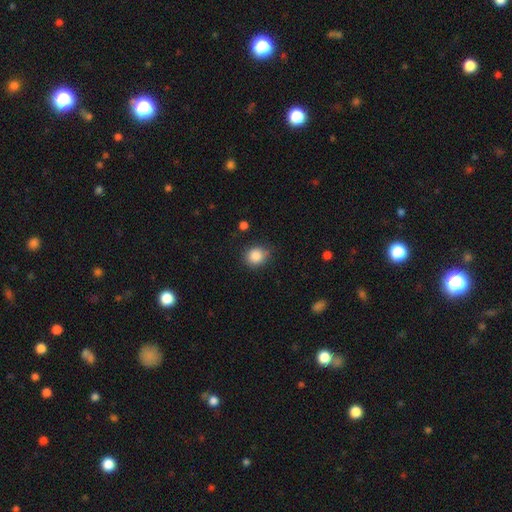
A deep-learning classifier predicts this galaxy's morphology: smooth_or_featured: smooth (p=0.87) [alt: star or artifact p=0.10]
how_rounded: round (p=0.82) [alt: in between p=0.17]
merging: none (p=0.79) [alt: minor disturbance p=0.15]